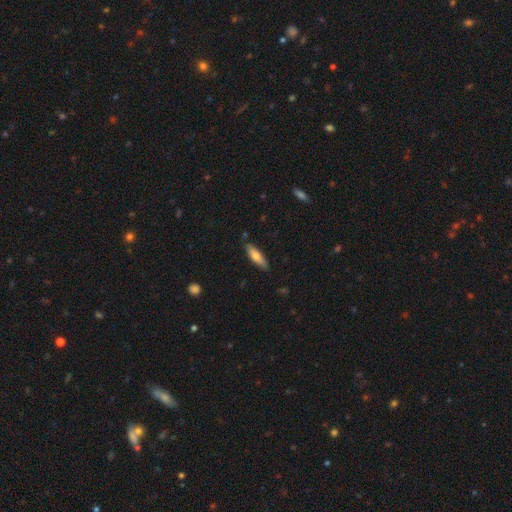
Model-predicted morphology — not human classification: This appears to be a smooth galaxy with no disk features (71%) that is cigar-shaped (59%). Merging: none (83%).